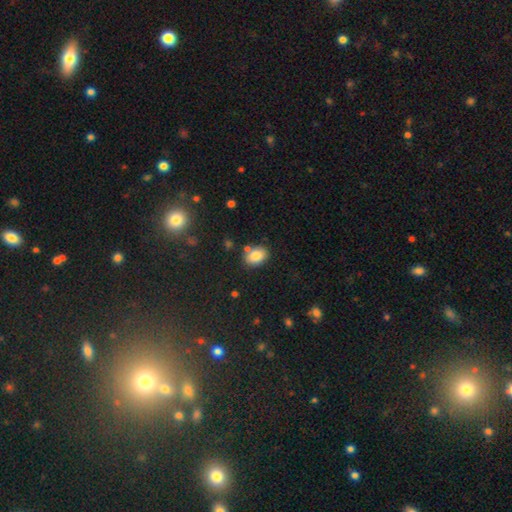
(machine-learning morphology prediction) A smooth galaxy with no disk features (83%) that is in between round and cigar-shaped (74%). Merging: none (75%).